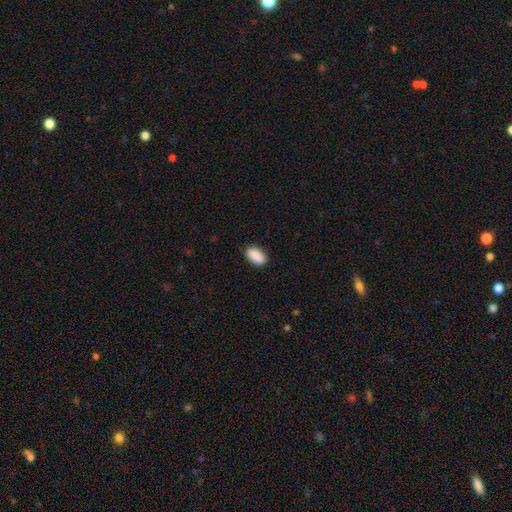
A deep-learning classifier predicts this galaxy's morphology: Smooth or featured?
  - smooth: 89% *
  - star or artifact: 7%
  - featured or disk: 4%
How rounded?
  - in between: 92% *
  - round: 4%
  - cigar-shaped: 4%
Merging?
  - none: 87% *
  - minor disturbance: 10%
  - major disturbance: 2%
  - merger: 1%